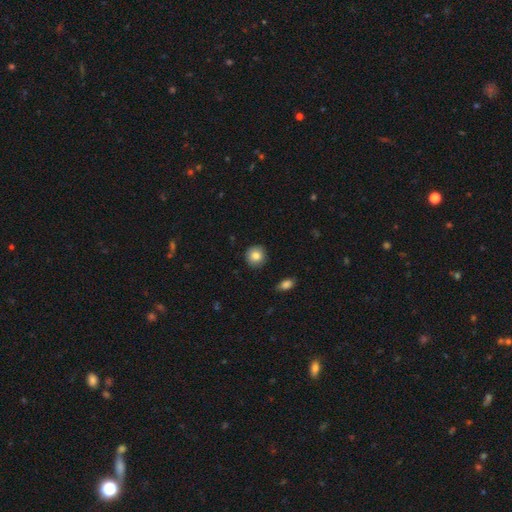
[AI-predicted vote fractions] The model was most divided on "smooth or featured": smooth: 83%, star or artifact: 9%, featured or disk: 8%. More confident: how rounded — round (92%); merging — none (89%).